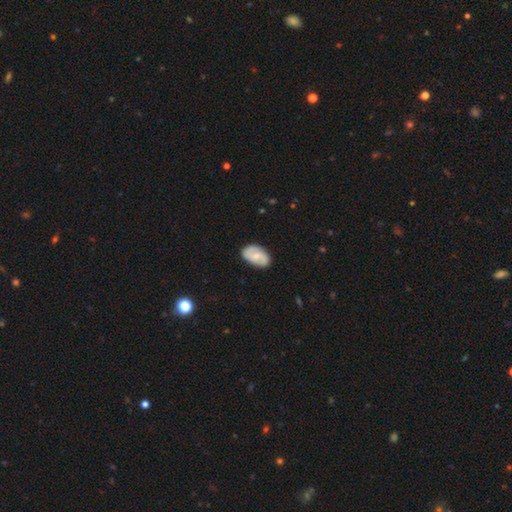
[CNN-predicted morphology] featured or disk 50%, smooth 44%, star or artifact 6%. Down the decision tree: merging — none (81%).